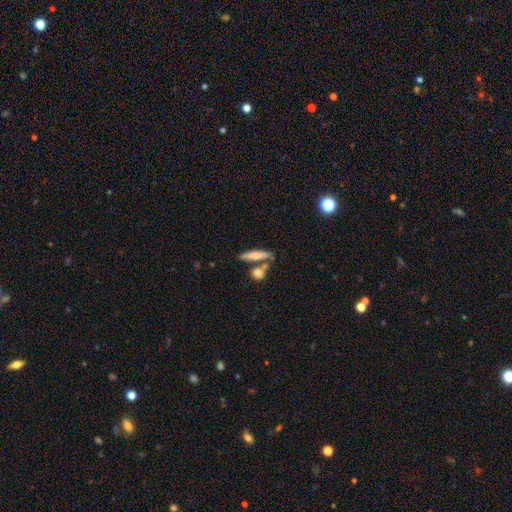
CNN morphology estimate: smooth 68%, featured or disk 26%, star or artifact 7%. Down the decision tree: how rounded — cigar-shaped (71%); merging — none (58%).